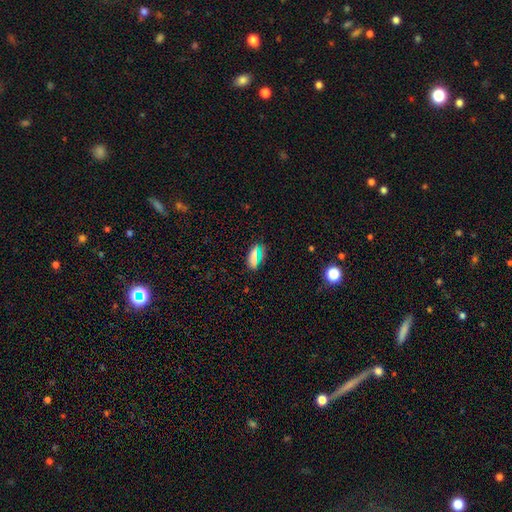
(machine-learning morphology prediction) Overall: smooth (66%). How rounded: in between (79%). Merging: none (78%).